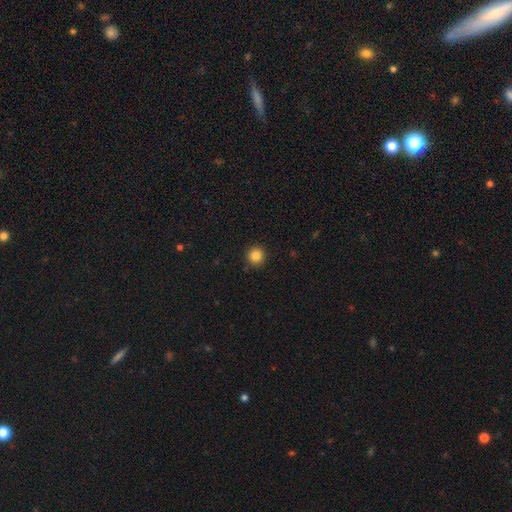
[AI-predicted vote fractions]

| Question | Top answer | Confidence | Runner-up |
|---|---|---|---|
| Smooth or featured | smooth | 84% | star or artifact (11%) |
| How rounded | round | 94% | in between (5%) |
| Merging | none | 92% | minor disturbance (5%) |